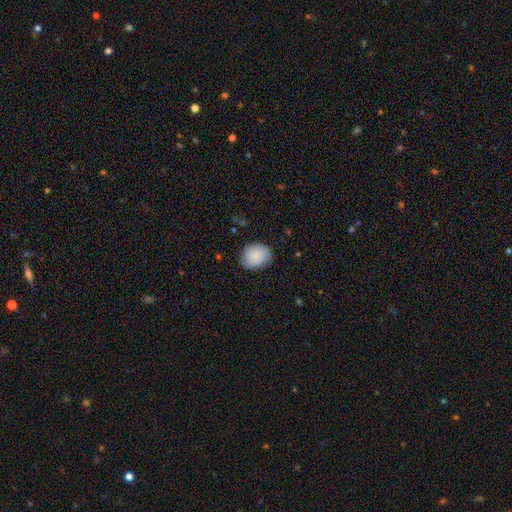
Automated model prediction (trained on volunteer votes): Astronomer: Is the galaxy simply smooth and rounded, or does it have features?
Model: smooth — 78%.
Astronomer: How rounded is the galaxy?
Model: in between — 51% (runner-up: round, 48%).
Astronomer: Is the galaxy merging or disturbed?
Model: none — 77%.